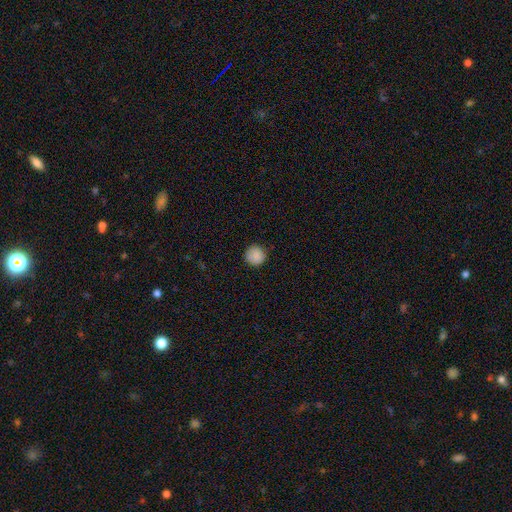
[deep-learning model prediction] Smooth or featured? smooth (88%)
How rounded? round (95%)
Merging? none (89%)